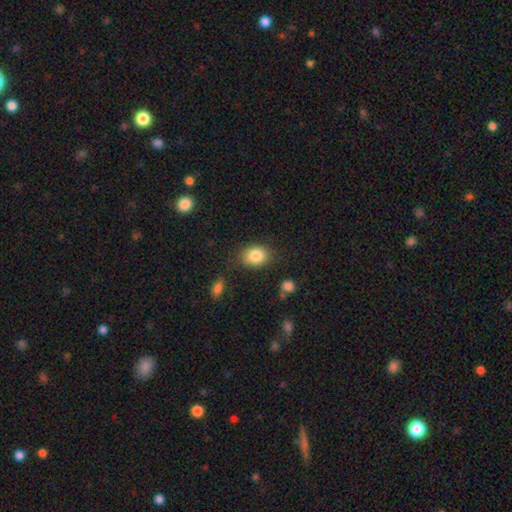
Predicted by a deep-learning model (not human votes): smooth 85%, star or artifact 9%, featured or disk 7%. Down the decision tree: how rounded — in between (55%); merging — none (78%).